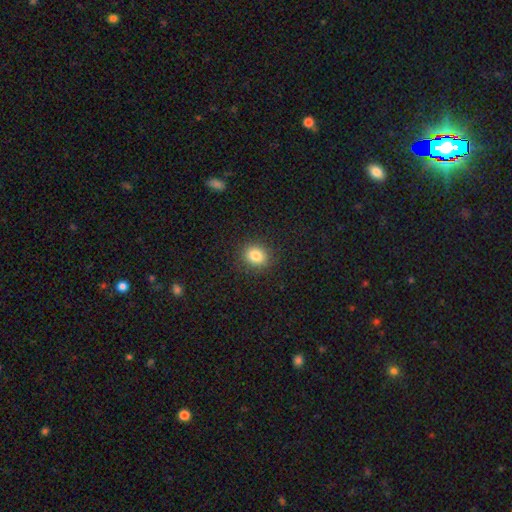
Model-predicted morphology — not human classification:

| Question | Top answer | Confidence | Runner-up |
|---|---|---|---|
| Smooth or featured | smooth | 83% | star or artifact (11%) |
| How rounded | round | 66% | in between (33%) |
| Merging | none | 90% | minor disturbance (7%) |